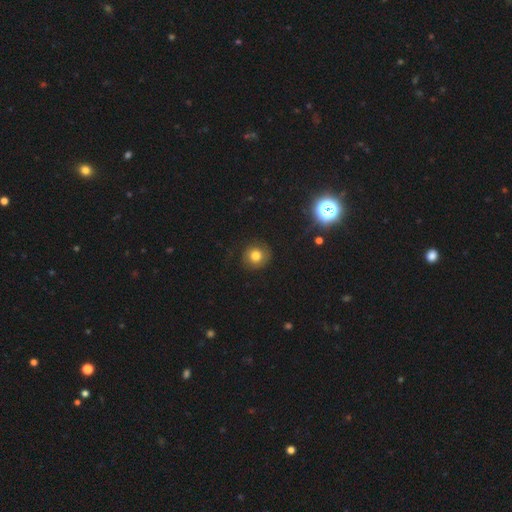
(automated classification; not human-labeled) Smooth or featured? smooth (72%)
How rounded? round (89%)
Merging? none (81%)